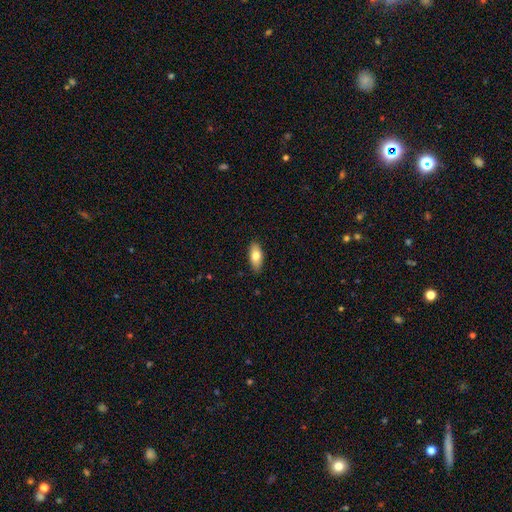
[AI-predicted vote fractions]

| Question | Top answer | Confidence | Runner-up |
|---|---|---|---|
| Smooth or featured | smooth | 79% | featured or disk (15%) |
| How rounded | in between | 88% | cigar-shaped (9%) |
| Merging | none | 88% | minor disturbance (10%) |